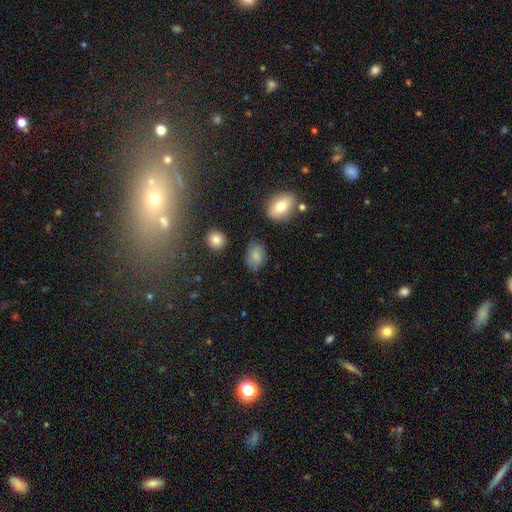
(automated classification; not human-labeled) Q: Smooth or featured?
A: smooth (77%); runner-up: featured or disk (13%)
Q: How rounded?
A: in between (75%); runner-up: round (24%)
Q: Merging?
A: none (70%); runner-up: minor disturbance (22%)